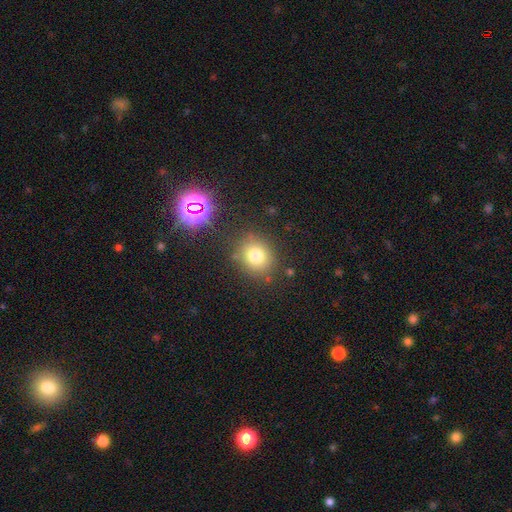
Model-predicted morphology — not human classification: Smooth or featured?
  - smooth: 75% *
  - star or artifact: 16%
  - featured or disk: 9%
How rounded?
  - round: 73% *
  - in between: 26%
  - cigar-shaped: 1%
Merging?
  - none: 81% *
  - minor disturbance: 11%
  - merger: 4%
  - major disturbance: 4%